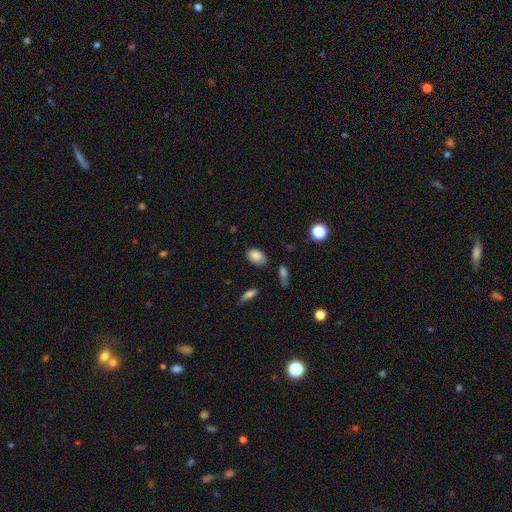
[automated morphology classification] Q: Smooth or featured?
A: smooth (84%); runner-up: star or artifact (9%)
Q: How rounded?
A: in between (83%); runner-up: round (15%)
Q: Merging?
A: none (73%); runner-up: minor disturbance (20%)